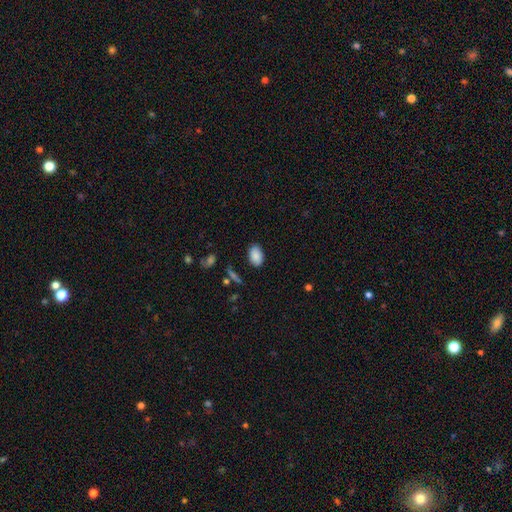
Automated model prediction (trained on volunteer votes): The model was most divided on "merging": none: 85%, minor disturbance: 11%, major disturbance: 3%, merger: 2%. More confident: how rounded — in between (91%); smooth or featured — smooth (87%).